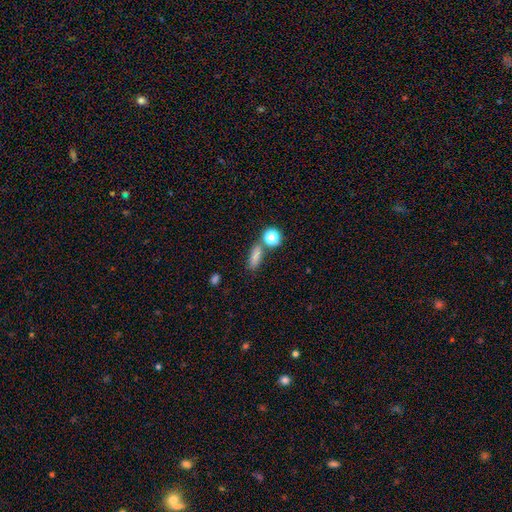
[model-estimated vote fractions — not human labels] A smooth galaxy with no disk features (78%) that is in between round and cigar-shaped (45%).

Vote fractions:
- Smooth or featured? smooth: 78% / star or artifact: 14% / featured or disk: 8%
- How rounded? in between: 45% / cigar-shaped: 41% / round: 14%
- Merging? none: 69% / merger: 14% / minor disturbance: 12% / major disturbance: 5%